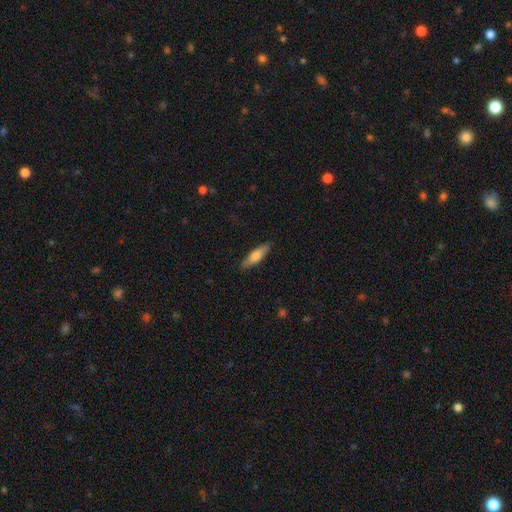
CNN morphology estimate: Overall: smooth (62%; featured or disk 32%). How rounded: cigar-shaped (68%; in between 31%). Merging: none (87%).